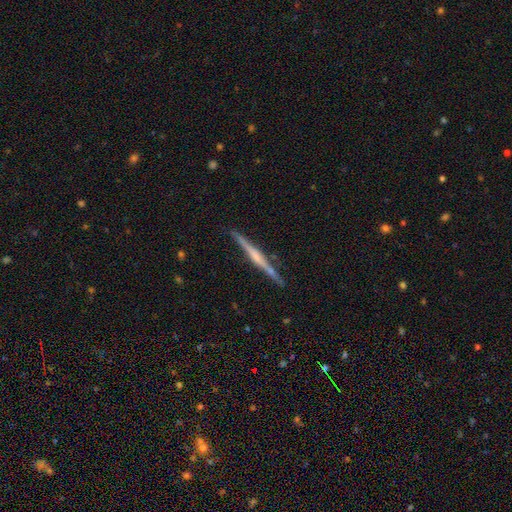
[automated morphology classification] Smooth or featured?
  - featured or disk: 73% *
  - smooth: 21%
  - star or artifact: 6%
Edge-on disk?
  - yes: 98% *
  - no: 2%
Edge-on bulge?
  - rounded: 45% *
  - none: 34%
  - boxy: 21%
Merging?
  - none: 87% *
  - minor disturbance: 9%
  - merger: 2%
  - major disturbance: 2%